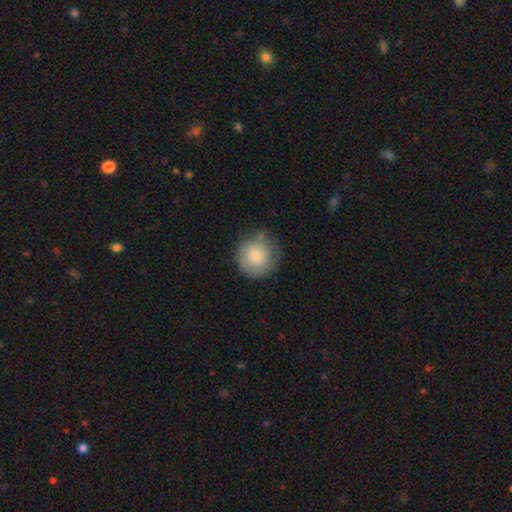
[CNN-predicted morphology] Smooth or featured? Predicted: smooth (p=0.79). How rounded? Predicted: round (p=0.94). Merging? Predicted: none (p=0.69).